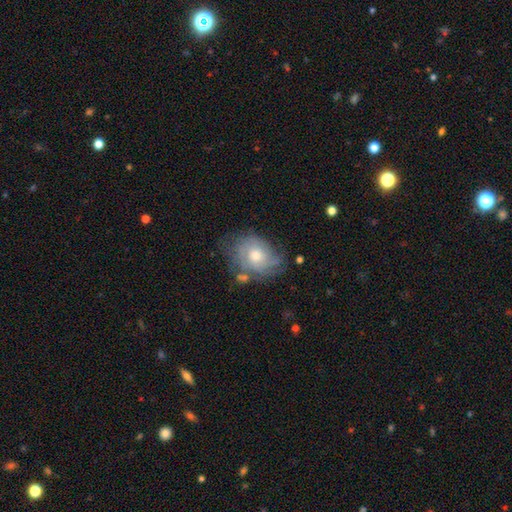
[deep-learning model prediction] A featured or disk galaxy (66%) with no bar (82%), tight (61%) spiral arms (82%) and a moderate central bulge (68%). Merging: none (59%).